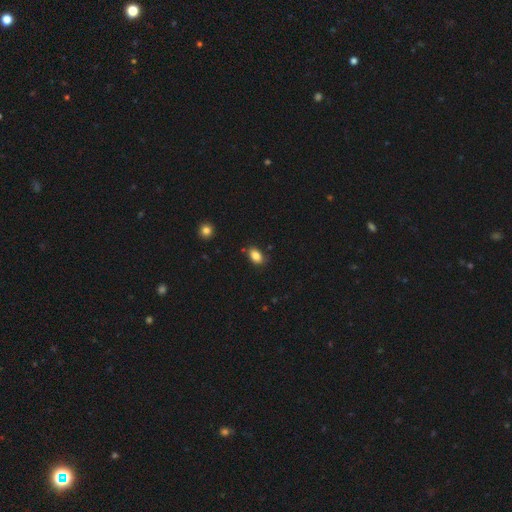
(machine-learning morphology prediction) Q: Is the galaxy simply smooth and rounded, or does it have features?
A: smooth — 86%.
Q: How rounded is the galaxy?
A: in between — 86%.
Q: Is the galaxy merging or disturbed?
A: none — 80%.